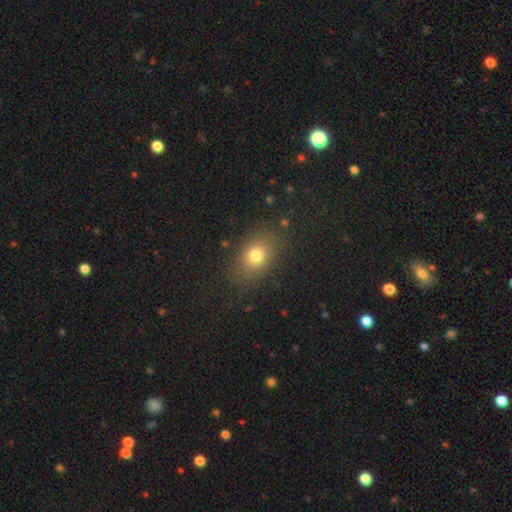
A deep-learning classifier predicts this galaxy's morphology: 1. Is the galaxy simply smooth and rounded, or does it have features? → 77% smooth, 13% star or artifact, 10% featured or disk.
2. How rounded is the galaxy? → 66% in between, 32% round, 2% cigar-shaped.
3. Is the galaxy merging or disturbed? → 82% none, 12% minor disturbance, 5% major disturbance, 2% merger.